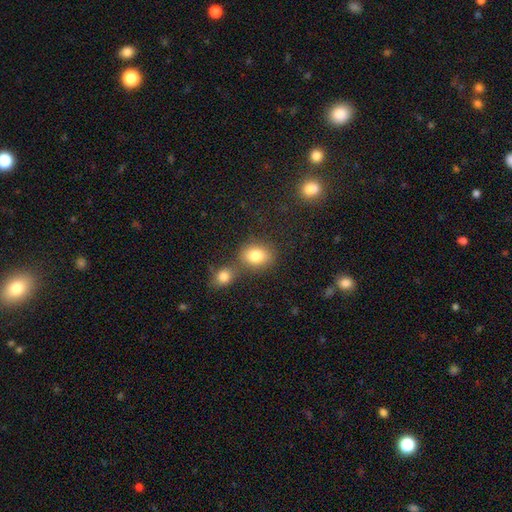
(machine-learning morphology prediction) smooth 82%, star or artifact 10%, featured or disk 8%. Down the decision tree: how rounded — round (50%); merging — none (54%).